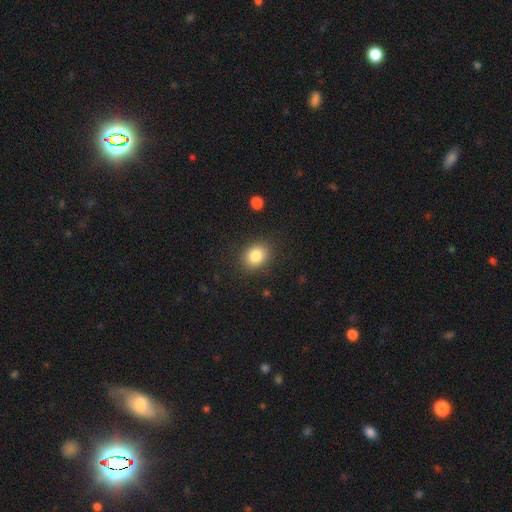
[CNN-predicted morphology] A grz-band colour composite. It shows a smooth galaxy with no disk features (83%) that is in between round and cigar-shaped (52%). Merging: none (86%).